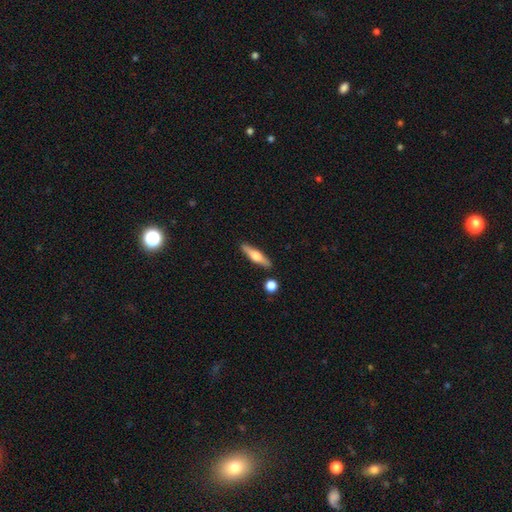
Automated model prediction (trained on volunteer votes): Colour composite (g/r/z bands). It shows a featured or disk galaxy (52%) viewed edge-on (94%). Merging: none (86%).